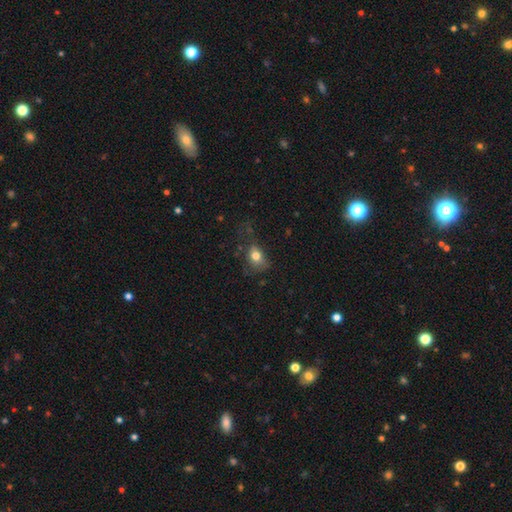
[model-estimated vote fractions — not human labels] Smooth or featured? Predicted: smooth (p=0.76). How rounded? Predicted: in between (p=0.59). Merging? Predicted: none (p=0.42).